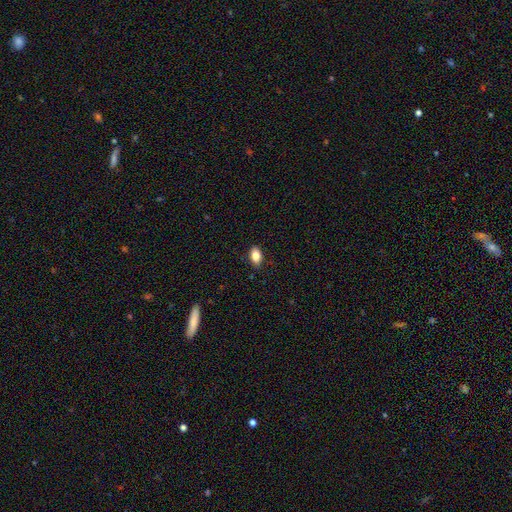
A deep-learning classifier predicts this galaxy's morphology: Smooth or featured?
  - smooth: 84% *
  - star or artifact: 8%
  - featured or disk: 8%
How rounded?
  - in between: 88% *
  - round: 10%
  - cigar-shaped: 2%
Merging?
  - none: 85% *
  - minor disturbance: 12%
  - major disturbance: 2%
  - merger: 1%